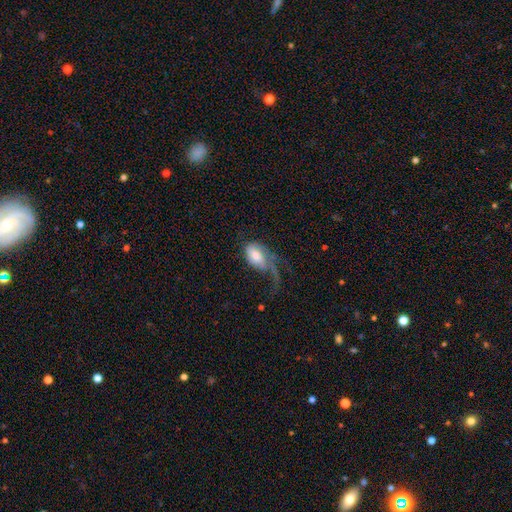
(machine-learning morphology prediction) Smooth or featured?
  - smooth: 58% *
  - featured or disk: 35%
  - star or artifact: 7%
How rounded?
  - in between: 89% *
  - round: 9%
  - cigar-shaped: 2%
Merging?
  - major disturbance: 60% *
  - none: 19%
  - minor disturbance: 17%
  - merger: 4%